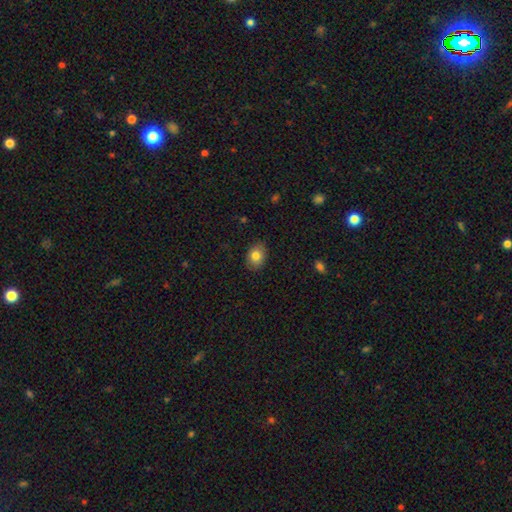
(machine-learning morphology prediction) Smooth or featured: smooth — 80% (featured or disk — 11%)
How rounded: in between — 70% (round — 29%)
Merging: none — 85% (minor disturbance — 12%)